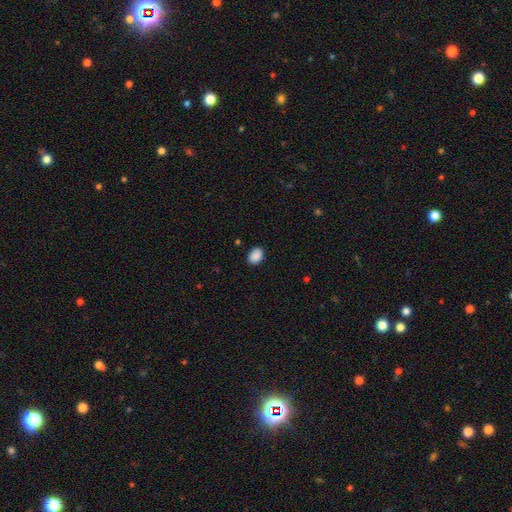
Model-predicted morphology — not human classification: Smooth or featured? smooth (90%)
How rounded? in between (78%)
Merging? none (88%)